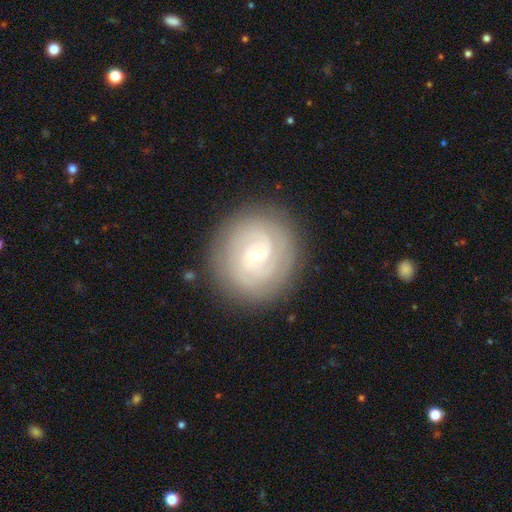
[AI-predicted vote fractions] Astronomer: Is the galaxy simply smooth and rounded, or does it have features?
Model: featured or disk — 76%.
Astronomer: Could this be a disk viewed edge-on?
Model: no — 98%.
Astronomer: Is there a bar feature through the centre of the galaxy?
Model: no — 63%.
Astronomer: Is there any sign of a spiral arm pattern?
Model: yes — 91%.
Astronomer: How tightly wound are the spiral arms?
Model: tight — 65%.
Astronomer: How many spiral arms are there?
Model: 2 — 42% (runner-up: can't tell, 27%).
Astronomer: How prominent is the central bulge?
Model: small — 77%.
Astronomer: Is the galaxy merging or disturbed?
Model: none — 87%.